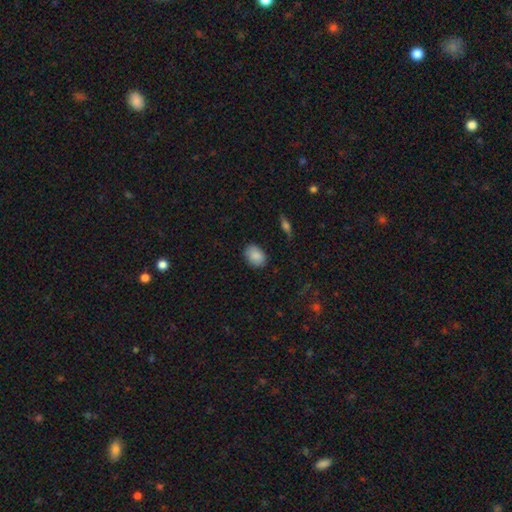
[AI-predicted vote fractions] Morphology: type=smooth (87%); roundness=in between (78%); merging=none (83%).